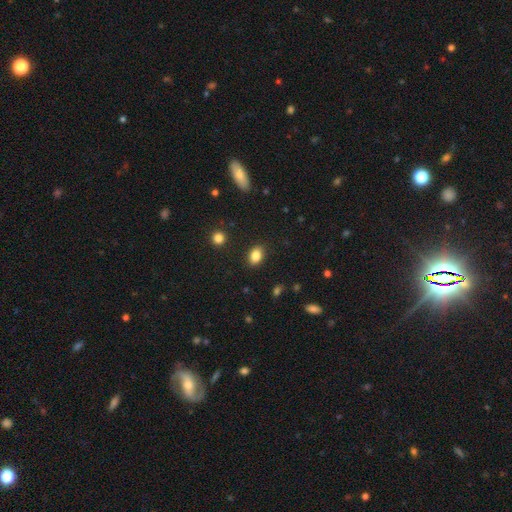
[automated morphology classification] Q: Smooth or featured?
A: smooth (85%); runner-up: star or artifact (9%)
Q: How rounded?
A: in between (79%); runner-up: round (20%)
Q: Merging?
A: none (88%); runner-up: minor disturbance (8%)